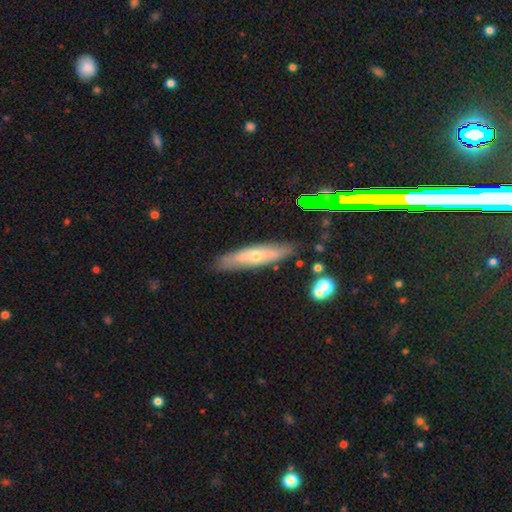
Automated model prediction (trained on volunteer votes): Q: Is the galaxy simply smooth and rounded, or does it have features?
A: featured or disk — 50%.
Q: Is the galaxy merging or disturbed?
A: none — 85%.